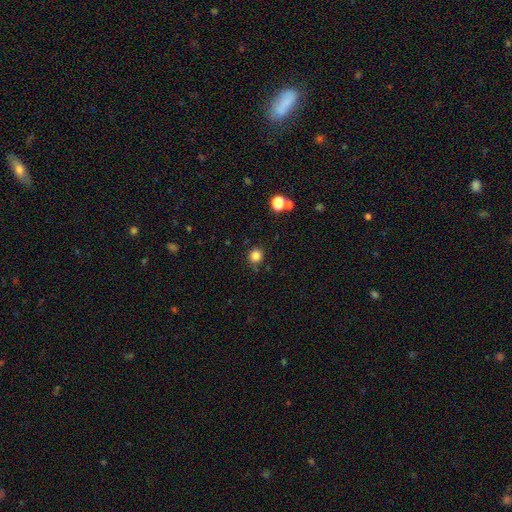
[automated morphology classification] smooth-or-featured: smooth: 83% | star or artifact: 13% | featured or disk: 4%
  how-rounded: round: 90% | in between: 9% | cigar-shaped: 1%
  merging: none: 83% | minor disturbance: 10% | merger: 4% | major disturbance: 3%